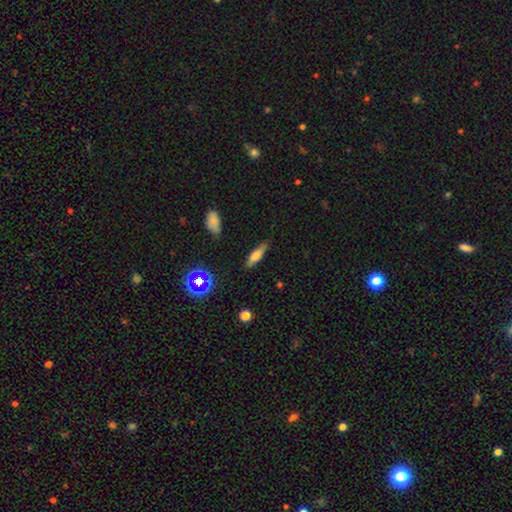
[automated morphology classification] Overall: smooth (58%; featured or disk 33%). How rounded: cigar-shaped (61%; in between 36%). Merging: none (83%).